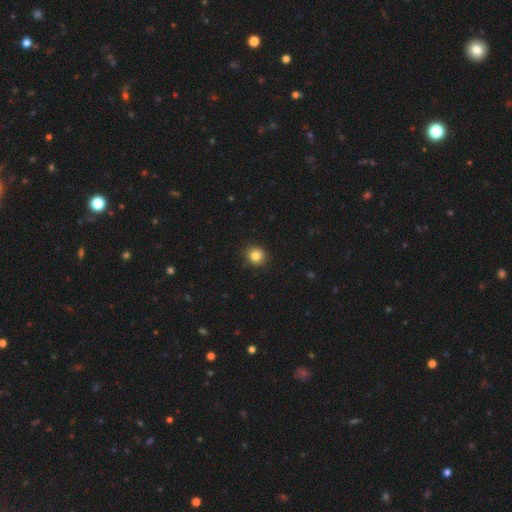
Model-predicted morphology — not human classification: The model was most divided on "smooth or featured": smooth: 84%, star or artifact: 11%, featured or disk: 5%. More confident: merging — none (89%); how rounded — round (89%).